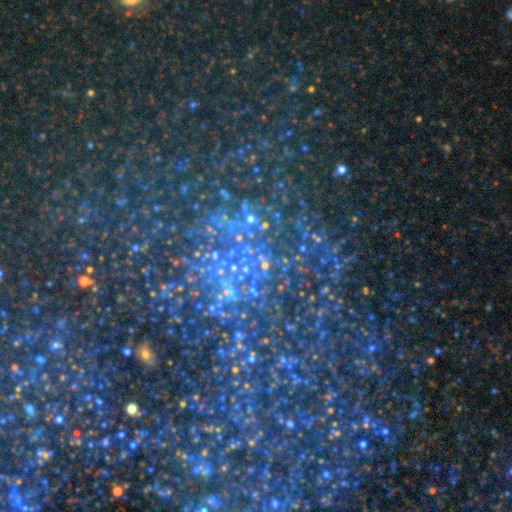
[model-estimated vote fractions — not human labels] A star or artifact, not a galaxy (82%).